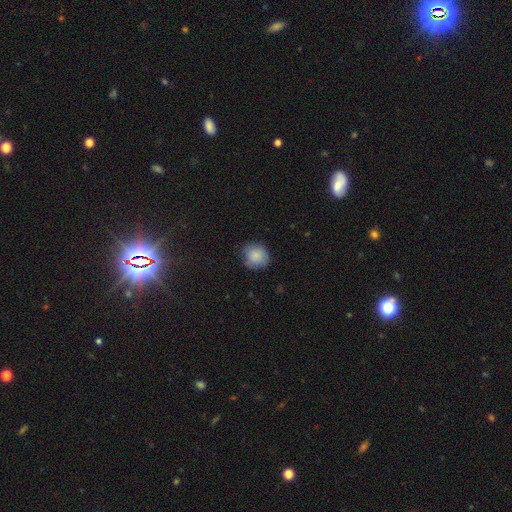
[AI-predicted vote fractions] This is clearly a smooth galaxy (85%). How rounded: likely round (79%). Merging: likely none (74%).